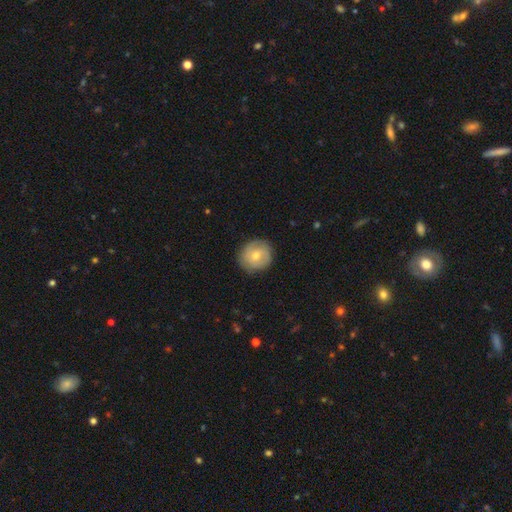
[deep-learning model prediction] This is possibly a smooth galaxy (49%). Merging: clearly none (82%).